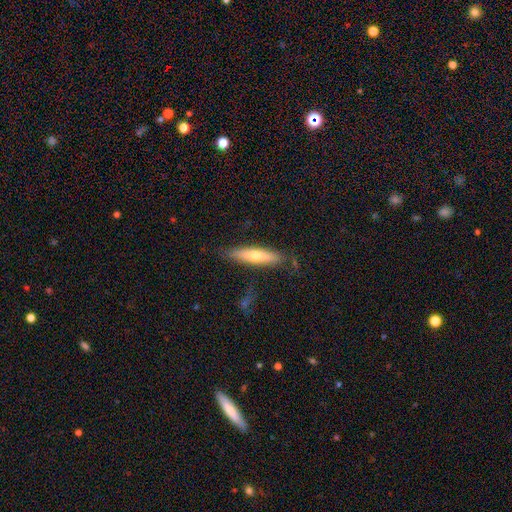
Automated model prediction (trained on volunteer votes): Smooth or featured? Predicted: smooth (p=0.52). How rounded? Predicted: cigar-shaped (p=0.82). Merging? Predicted: none (p=0.80).